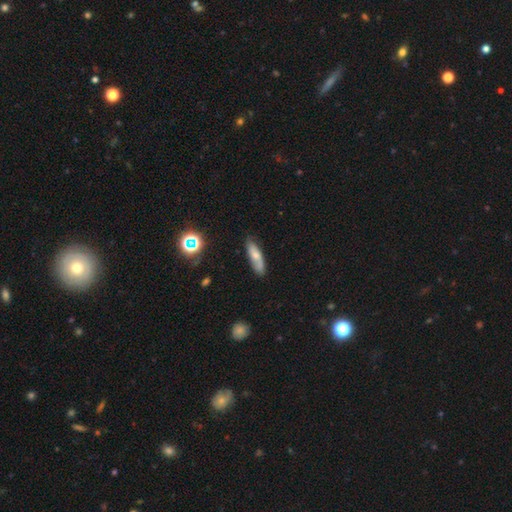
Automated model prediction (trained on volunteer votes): The model was most divided on "how rounded": cigar-shaped: 54%, in between: 43%, round: 3%. More confident: merging — none (72%); smooth or featured — smooth (58%).